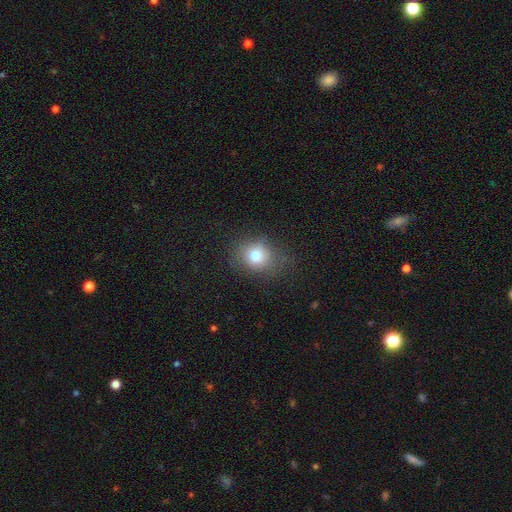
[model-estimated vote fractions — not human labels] Smooth or featured?
  - smooth: 79% *
  - star or artifact: 12%
  - featured or disk: 9%
How rounded?
  - round: 60% *
  - in between: 39%
  - cigar-shaped: 1%
Merging?
  - none: 68% *
  - minor disturbance: 21%
  - major disturbance: 9%
  - merger: 2%